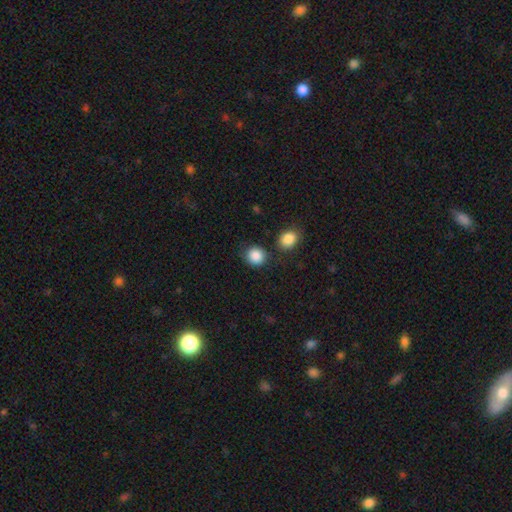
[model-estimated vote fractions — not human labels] smooth_or_featured: smooth (p=0.88) [alt: star or artifact p=0.09]
how_rounded: round (p=0.84) [alt: in between p=0.15]
merging: none (p=0.78) [alt: minor disturbance p=0.11]